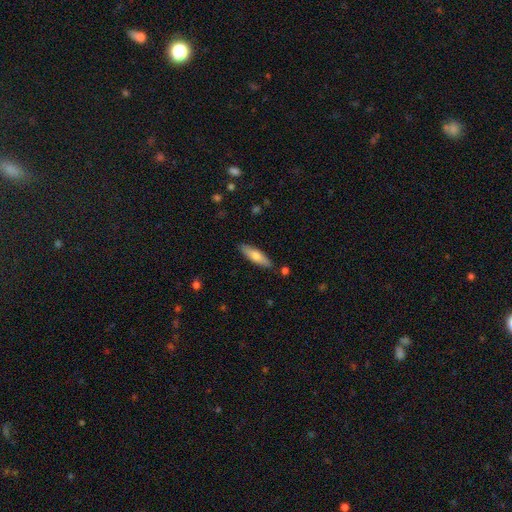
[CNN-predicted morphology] Smooth or featured? smooth (69%)
How rounded? cigar-shaped (60%)
Merging? none (86%)